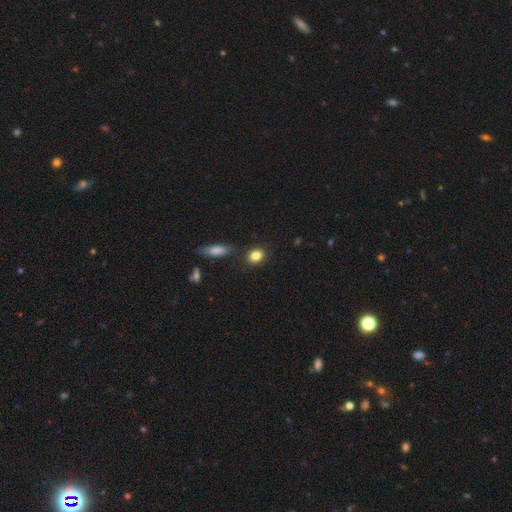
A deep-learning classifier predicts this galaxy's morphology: A smooth galaxy with no disk features (84%) that is in between round and cigar-shaped (49%, tied with round). Merging: none (83%).